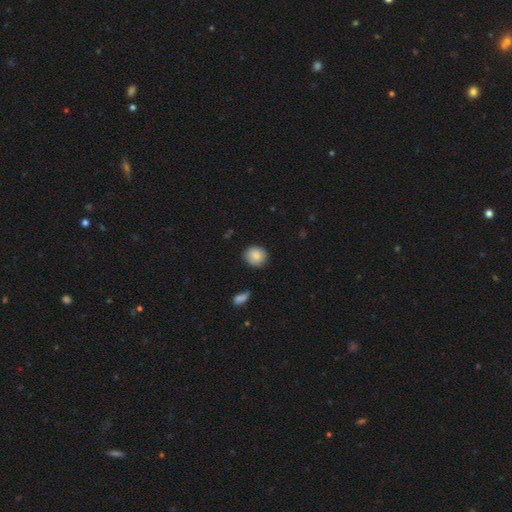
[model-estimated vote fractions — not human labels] A smooth galaxy with no disk features (85%) that is round (79%). Merging: none (84%).